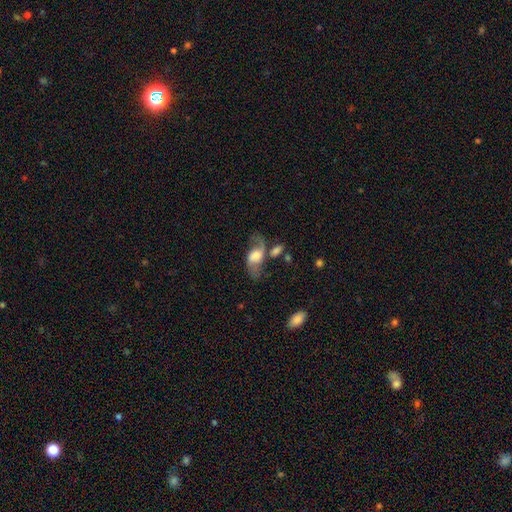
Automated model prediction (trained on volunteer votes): Smooth or featured? featured or disk (64%)
Edge-on disk? no (91%)
Bar? no (45%)
Spiral arms? yes (83%)
Bulge size? large (38%)
Merging? none (50%)